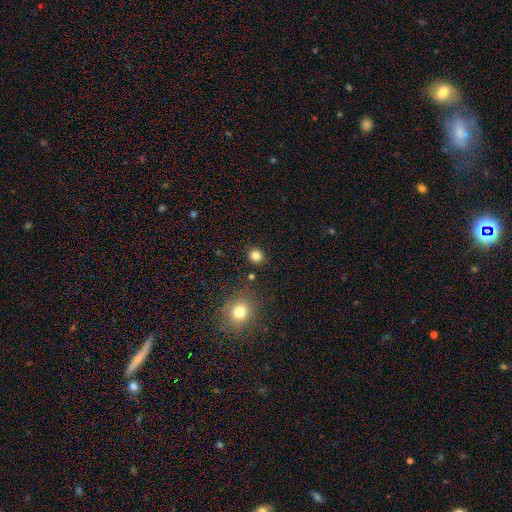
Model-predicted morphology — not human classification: Q: Smooth or featured?
A: smooth (83%); runner-up: star or artifact (13%)
Q: How rounded?
A: round (83%); runner-up: in between (17%)
Q: Merging?
A: none (87%); runner-up: minor disturbance (7%)